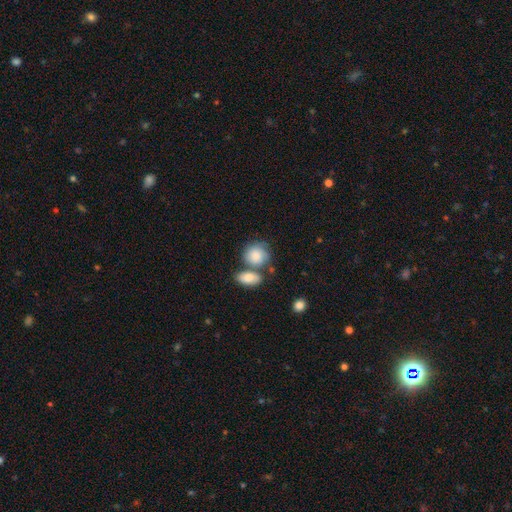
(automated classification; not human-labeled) The model was most divided on "merging": none: 45%, merger: 32%, minor disturbance: 17%, major disturbance: 6%. More confident: smooth or featured — smooth (82%); how rounded — round (68%).